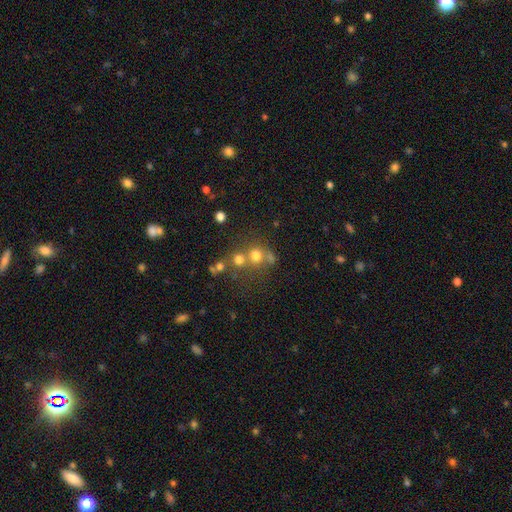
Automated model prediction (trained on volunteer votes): A smooth galaxy with no disk features (67%) that is round (84%). Merging: none (47%).